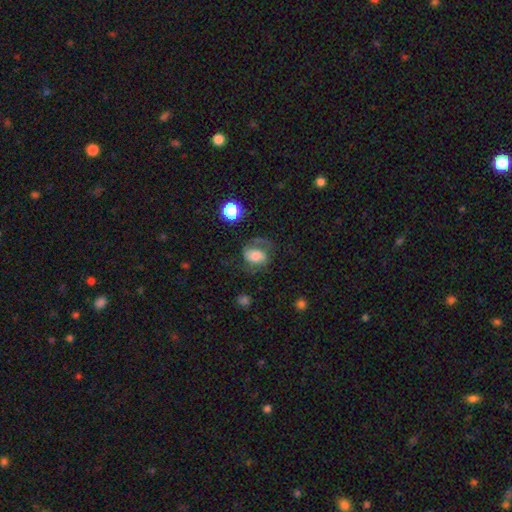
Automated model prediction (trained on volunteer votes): This is possibly a featured or disk galaxy (49%). Merging: possibly none (54%).